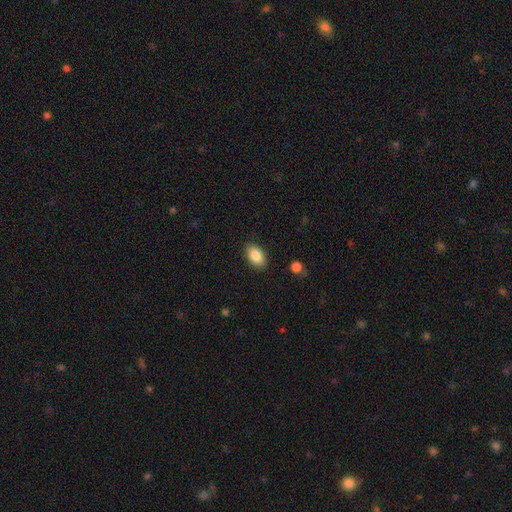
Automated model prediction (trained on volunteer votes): This appears to be a smooth galaxy with no disk features (87%) that is in between round and cigar-shaped (91%). Merging: none (88%).